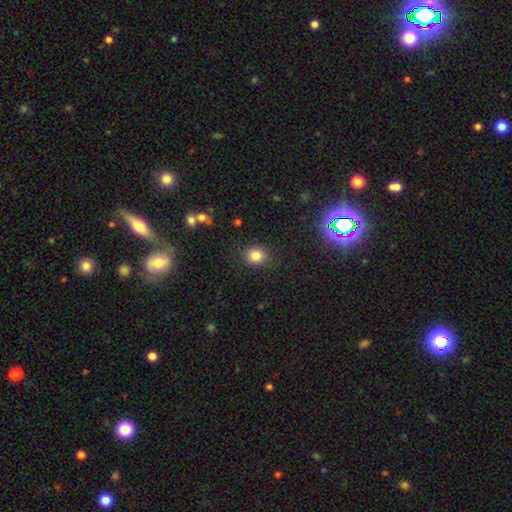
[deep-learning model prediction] A smooth galaxy with no disk features (82%) that is round (72%).

Vote fractions:
- Smooth or featured? smooth: 82% / star or artifact: 12% / featured or disk: 6%
- How rounded? round: 72% / in between: 27% / cigar-shaped: 1%
- Merging? none: 85% / minor disturbance: 10% / major disturbance: 3% / merger: 2%